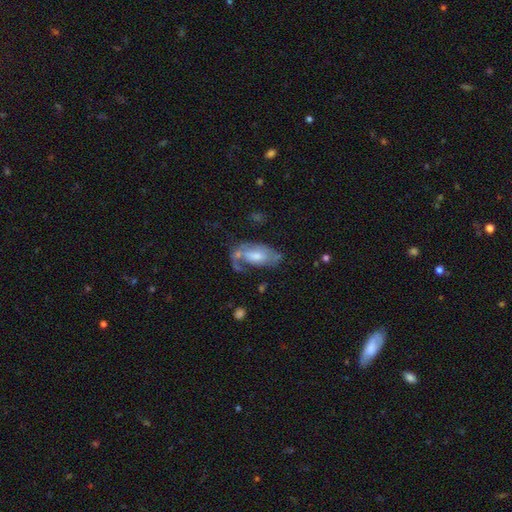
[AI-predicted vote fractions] The model was most divided on "merging": none: 38%, major disturbance: 25%, minor disturbance: 24%, merger: 14%. More confident: edge-on disk — no (89%); spiral arms — yes (65%); bar — no (64%); smooth or featured — featured or disk (57%); bulge size — moderate (51%).